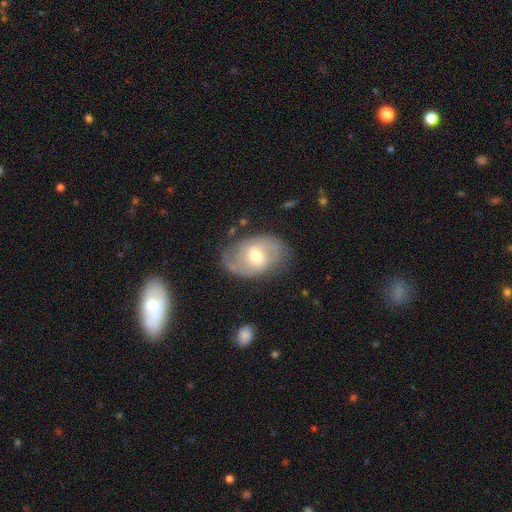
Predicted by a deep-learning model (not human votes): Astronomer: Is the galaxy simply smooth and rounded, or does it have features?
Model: featured or disk — 69%.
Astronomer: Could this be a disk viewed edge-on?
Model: no — 95%.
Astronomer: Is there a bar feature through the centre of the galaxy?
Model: weak — 44% (runner-up: no, 43%).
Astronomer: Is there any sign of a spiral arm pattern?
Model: yes — 81%.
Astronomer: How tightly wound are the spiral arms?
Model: medium — 44% (runner-up: tight, 36%).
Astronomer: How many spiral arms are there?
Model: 2 — 78%.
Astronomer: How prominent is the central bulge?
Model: moderate — 64%.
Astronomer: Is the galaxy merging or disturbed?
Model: none — 73%.